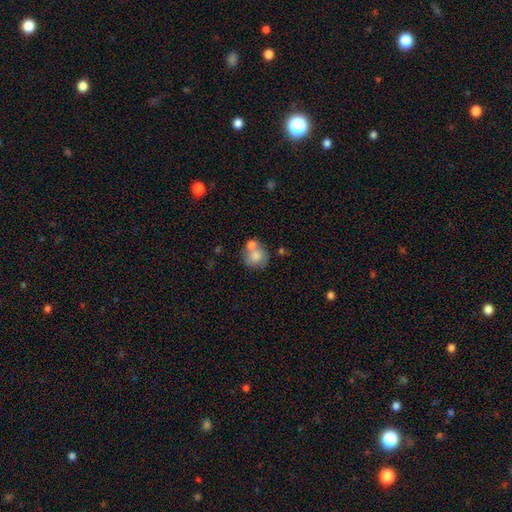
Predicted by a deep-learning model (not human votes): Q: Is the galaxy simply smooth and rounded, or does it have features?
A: smooth — 75%.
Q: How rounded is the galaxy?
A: round — 82%.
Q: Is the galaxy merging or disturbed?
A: none — 47%.